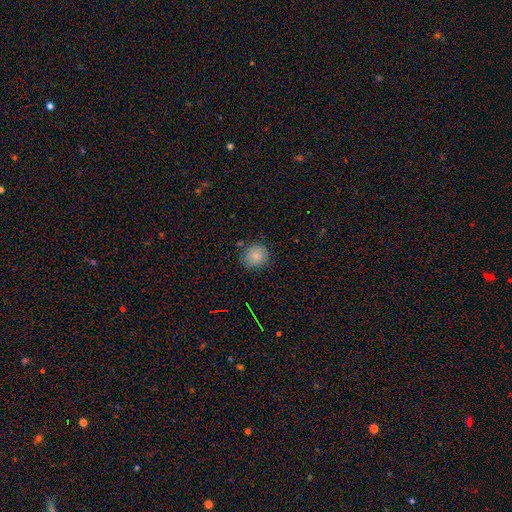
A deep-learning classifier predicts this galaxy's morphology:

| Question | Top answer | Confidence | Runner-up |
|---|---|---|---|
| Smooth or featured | smooth | 83% | star or artifact (10%) |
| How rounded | round | 86% | in between (13%) |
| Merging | none | 83% | minor disturbance (12%) |